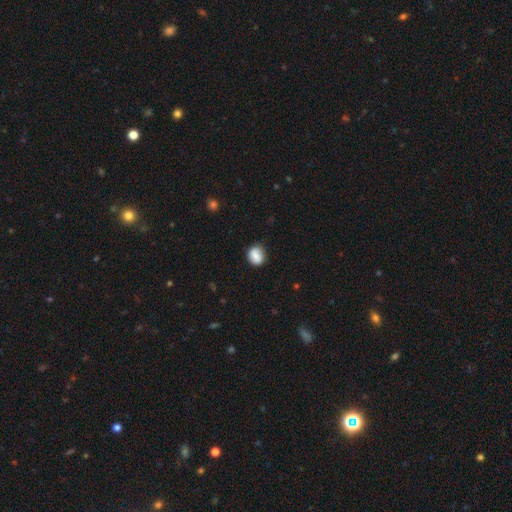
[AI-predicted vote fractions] smooth_or_featured: smooth (p=0.81) [alt: featured or disk p=0.10]
how_rounded: round (p=0.64) [alt: in between p=0.35]
merging: none (p=0.69) [alt: minor disturbance p=0.22]